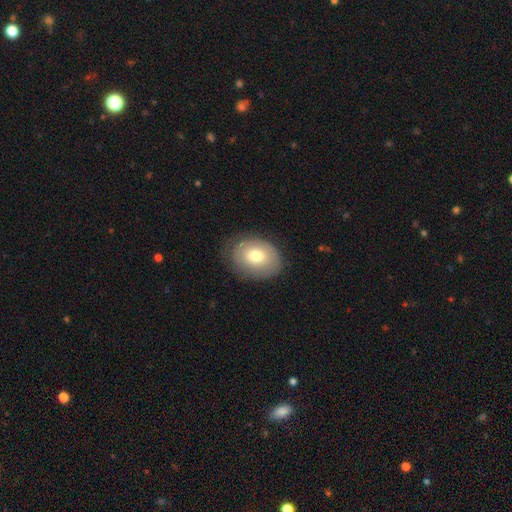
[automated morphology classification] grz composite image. It shows a smooth galaxy with no disk features (69%) that is in between round and cigar-shaped (60%). Merging: none (74%).